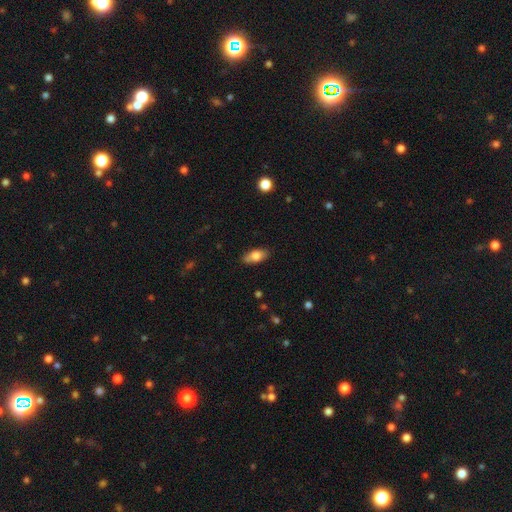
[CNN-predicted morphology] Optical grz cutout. It shows a smooth galaxy with no disk features (78%) that is in between round and cigar-shaped (86%). Merging: none (84%).